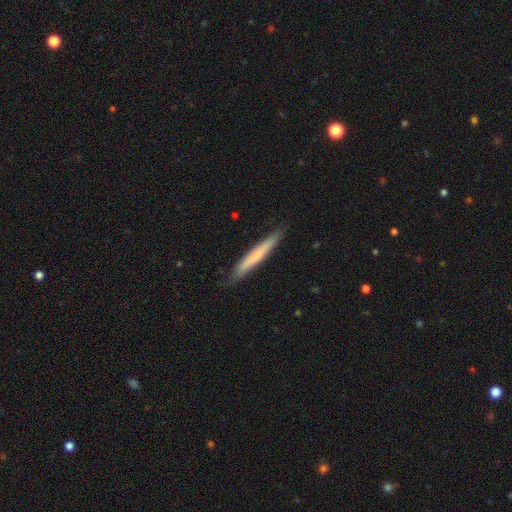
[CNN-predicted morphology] smooth 64%, featured or disk 30%, star or artifact 5%. Down the decision tree: how rounded — cigar-shaped (96%); merging — none (87%).